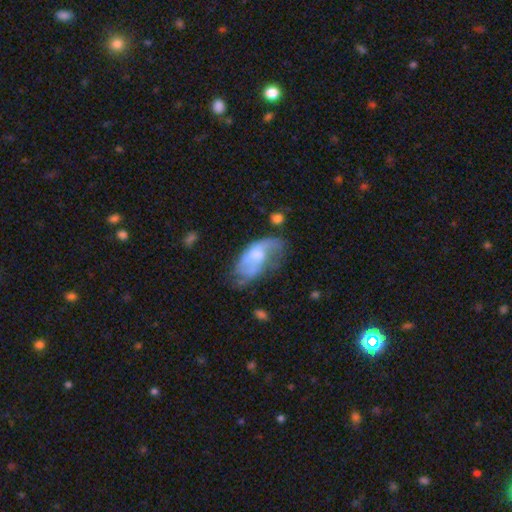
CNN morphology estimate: featured or disk 57%, smooth 36%, star or artifact 7%. Down the decision tree: edge-on disk — no (94%); bar — no (55%); spiral arms — yes (66%); bulge size — moderate (43%); merging — major disturbance (34%).